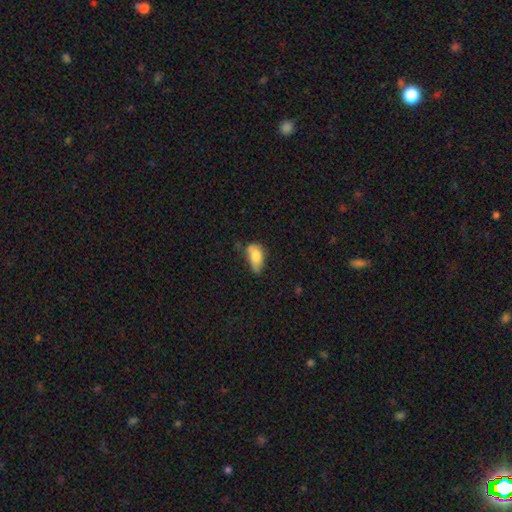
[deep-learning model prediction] A smooth galaxy with no disk features (76%) that is in between round and cigar-shaped (90%). Merging: minor disturbance (42%).